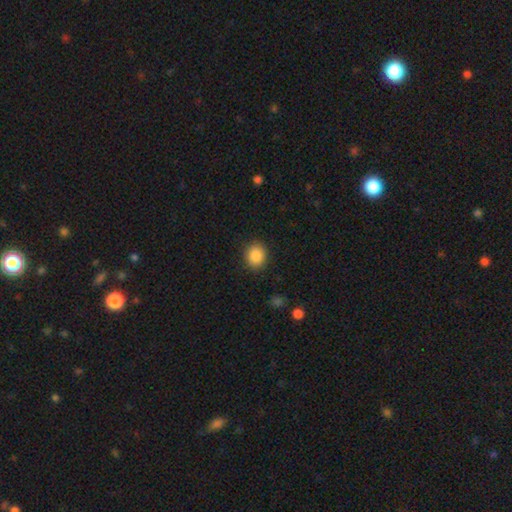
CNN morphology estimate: Overall: smooth (88%). How rounded: round (72%). Merging: none (89%).